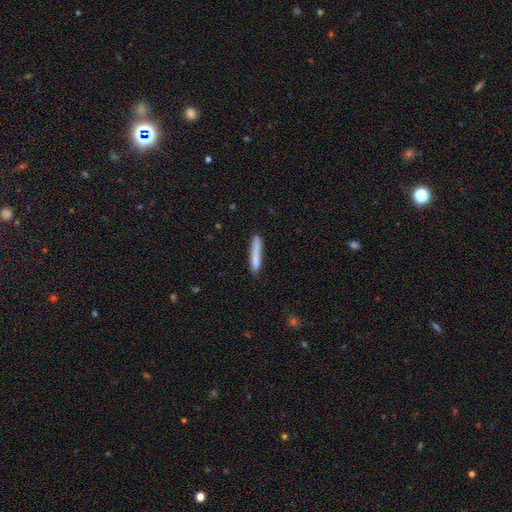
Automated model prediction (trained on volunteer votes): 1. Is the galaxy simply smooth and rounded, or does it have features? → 79% smooth, 15% featured or disk, 7% star or artifact.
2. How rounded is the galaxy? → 94% cigar-shaped, 5% in between, 1% round.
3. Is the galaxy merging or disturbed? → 78% none, 16% minor disturbance, 3% major disturbance, 3% merger.